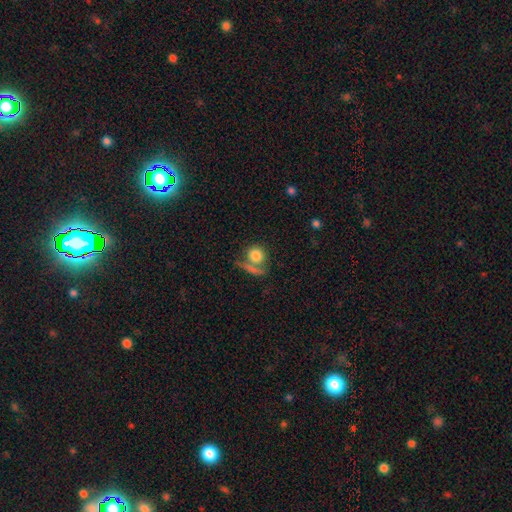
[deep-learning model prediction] smooth 80%, featured or disk 11%, star or artifact 8%. Down the decision tree: how rounded — round (79%); merging — none (51%).